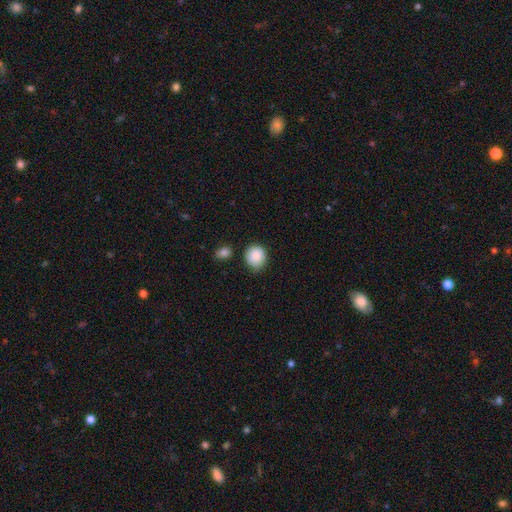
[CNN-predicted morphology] This appears to be a smooth galaxy with no disk features (87%) that is round (83%). Merging: none (77%).